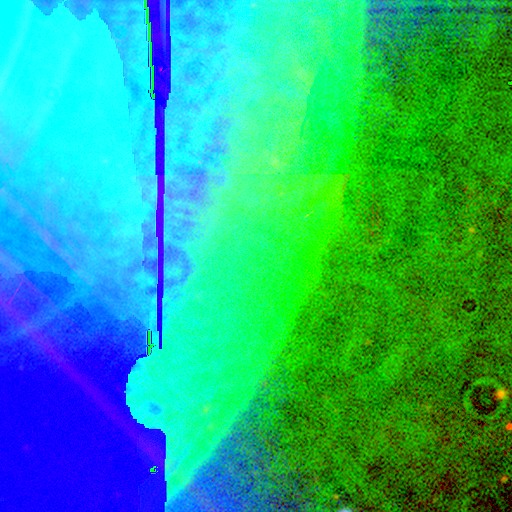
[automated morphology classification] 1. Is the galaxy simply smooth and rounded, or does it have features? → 79% star or artifact, 13% featured or disk, 8% smooth.